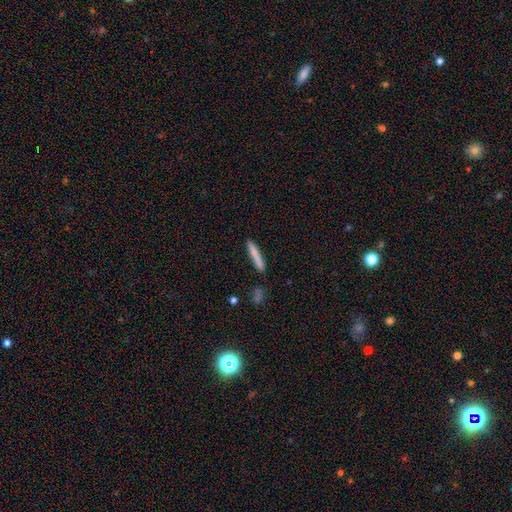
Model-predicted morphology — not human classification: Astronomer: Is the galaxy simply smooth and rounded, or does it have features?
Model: smooth — 77%.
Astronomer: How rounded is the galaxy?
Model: cigar-shaped — 94%.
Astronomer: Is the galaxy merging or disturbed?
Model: none — 87%.